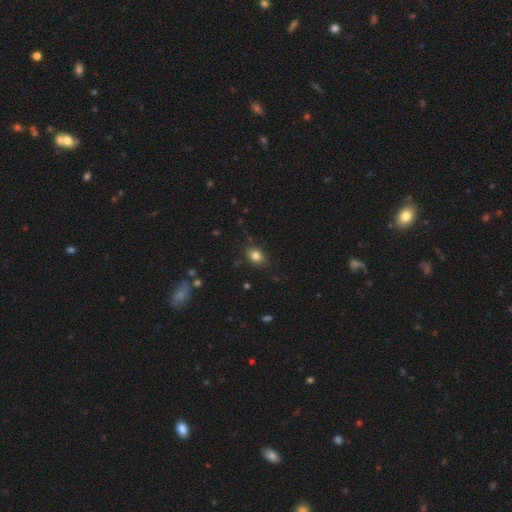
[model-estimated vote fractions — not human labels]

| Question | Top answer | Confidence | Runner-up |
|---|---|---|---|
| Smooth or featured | smooth | 82% | star or artifact (11%) |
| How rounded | in between | 60% | round (39%) |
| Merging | none | 84% | minor disturbance (11%) |